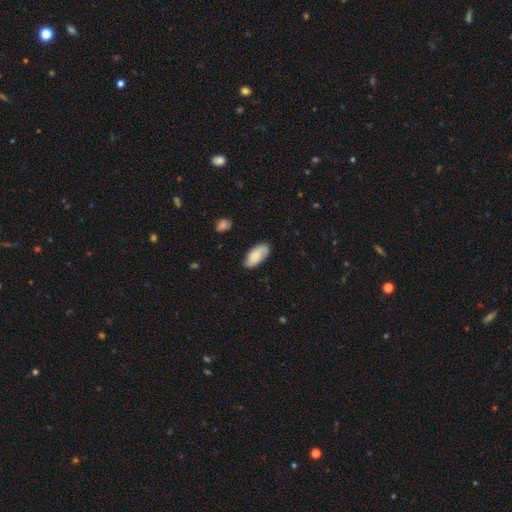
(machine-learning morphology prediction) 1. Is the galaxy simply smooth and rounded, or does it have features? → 82% smooth, 12% featured or disk, 6% star or artifact.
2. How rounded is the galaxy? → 92% in between, 6% cigar-shaped, 2% round.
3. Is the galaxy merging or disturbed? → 81% none, 15% minor disturbance, 3% major disturbance, 1% merger.